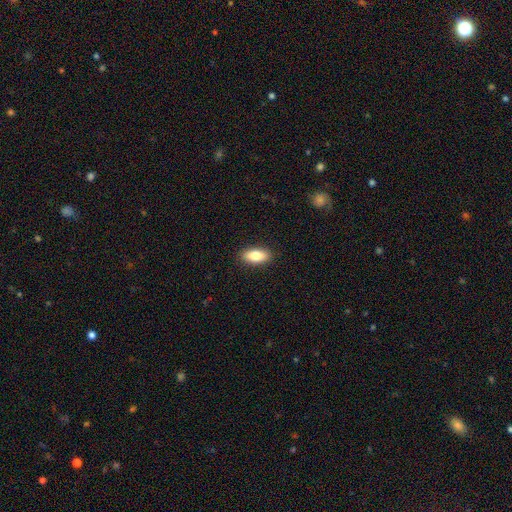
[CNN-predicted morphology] The model was most divided on "smooth or featured": smooth: 80%, featured or disk: 14%, star or artifact: 7%. More confident: merging — none (90%); how rounded — in between (84%).